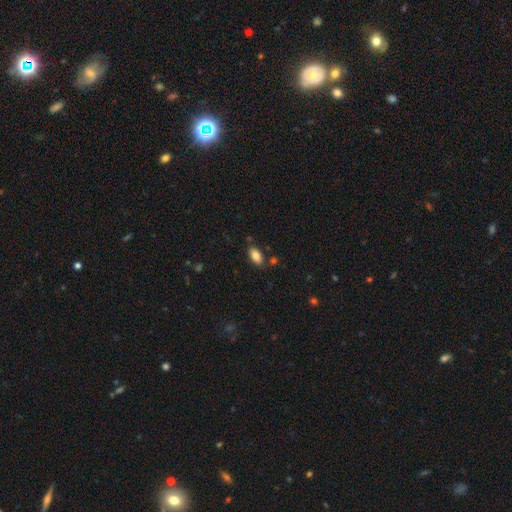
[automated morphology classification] smooth-or-featured: smooth: 85% | star or artifact: 8% | featured or disk: 7%
  how-rounded: in between: 92% | cigar-shaped: 4% | round: 3%
  merging: none: 80% | minor disturbance: 13% | merger: 4% | major disturbance: 3%